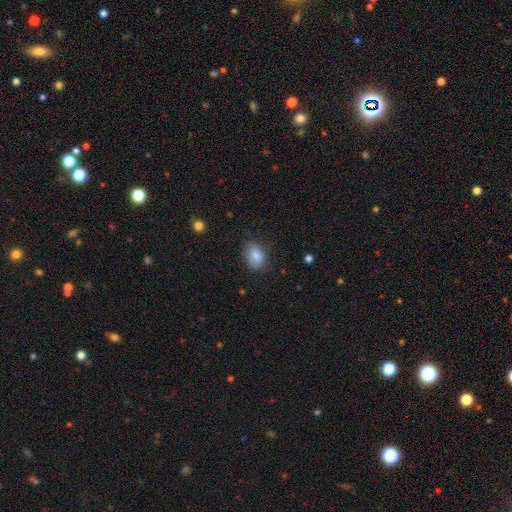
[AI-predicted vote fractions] Q: Smooth or featured?
A: smooth (83%); runner-up: star or artifact (9%)
Q: How rounded?
A: in between (78%); runner-up: round (20%)
Q: Merging?
A: none (72%); runner-up: minor disturbance (22%)